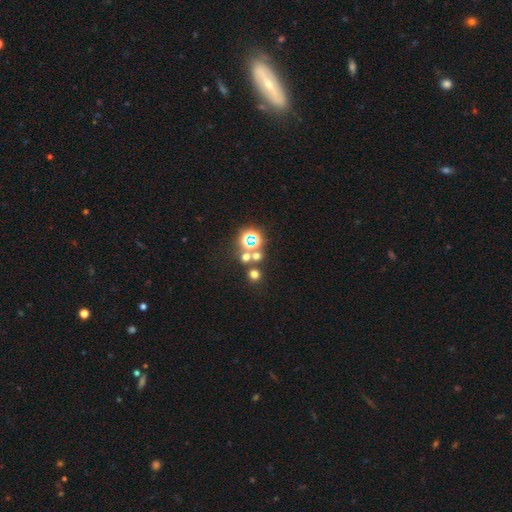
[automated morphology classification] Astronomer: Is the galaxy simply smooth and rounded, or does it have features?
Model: smooth — 51% (runner-up: star or artifact, 38%).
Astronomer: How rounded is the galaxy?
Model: round — 87%.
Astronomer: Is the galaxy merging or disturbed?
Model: none — 67%.